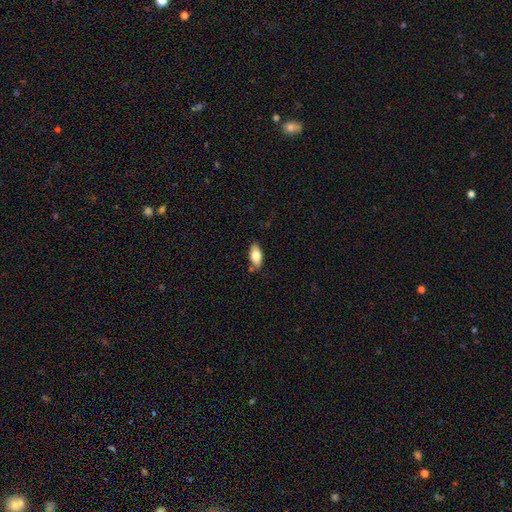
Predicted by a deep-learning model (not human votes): Smooth or featured? smooth (73%)
How rounded? in between (87%)
Merging? none (81%)